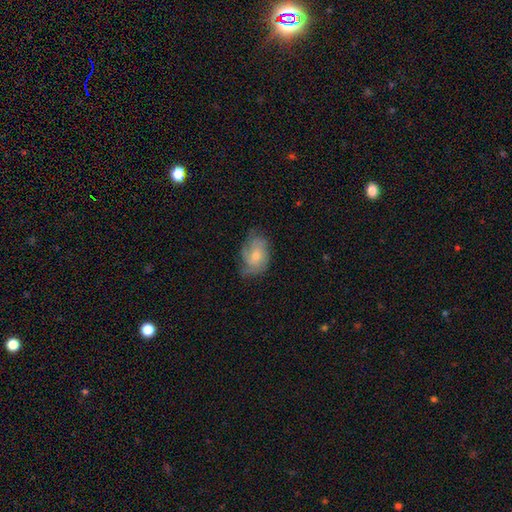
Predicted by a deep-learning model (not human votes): Overall: featured or disk (61%; smooth 31%). Edge-on disk: no (96%). Bar: no (73%). Spiral arms: yes (86%). Spiral arm count: can't tell (33%; 3 25%). Spiral winding: tight (42%; medium 40%). Bulge size: moderate (46%; small 45%). Merging: none (57%; minor disturbance 28%).